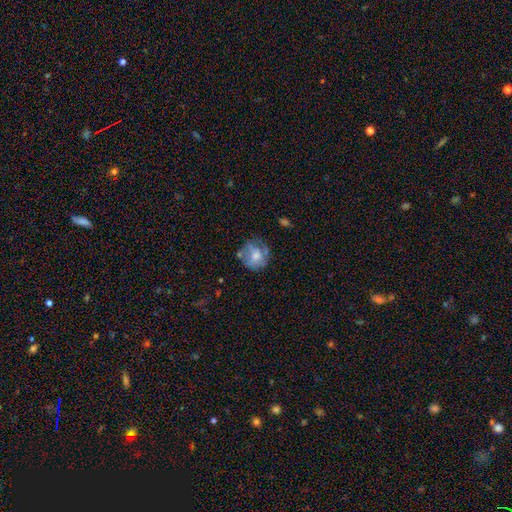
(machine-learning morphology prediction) Overall: smooth (48%; featured or disk 43%). Merging: none (56%; minor disturbance 23%).